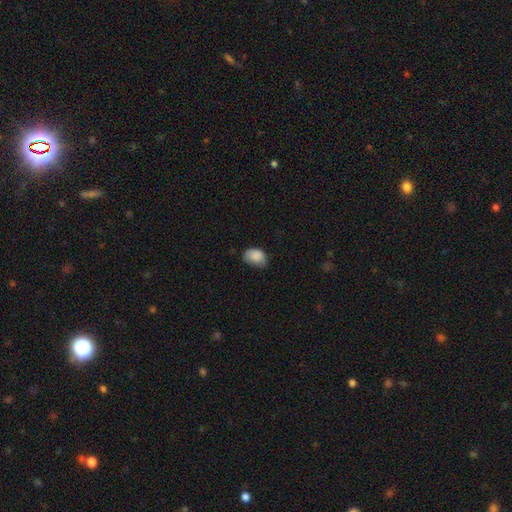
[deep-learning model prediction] Q: Smooth or featured?
A: smooth (87%); runner-up: star or artifact (8%)
Q: How rounded?
A: in between (78%); runner-up: round (21%)
Q: Merging?
A: none (54%); runner-up: minor disturbance (36%)